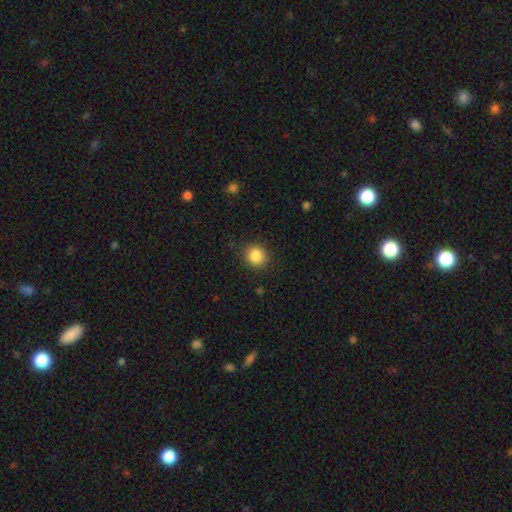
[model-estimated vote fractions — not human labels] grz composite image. It shows a smooth galaxy with no disk features (86%) that is round (87%). Merging: none (88%).